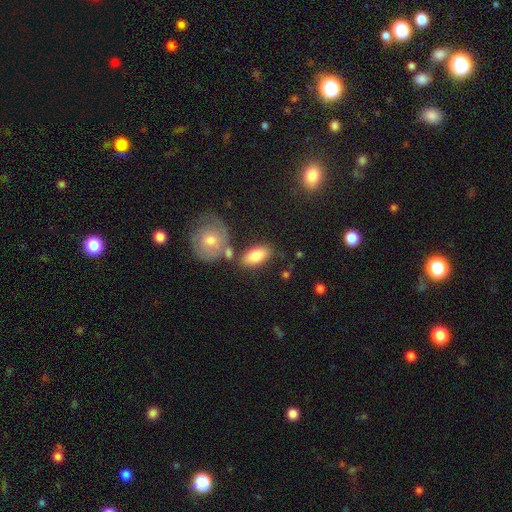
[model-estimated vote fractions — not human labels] Smooth or featured?
  - smooth: 78% *
  - featured or disk: 15%
  - star or artifact: 7%
How rounded?
  - in between: 87% *
  - cigar-shaped: 7%
  - round: 6%
Merging?
  - none: 68% *
  - minor disturbance: 15%
  - merger: 13%
  - major disturbance: 5%